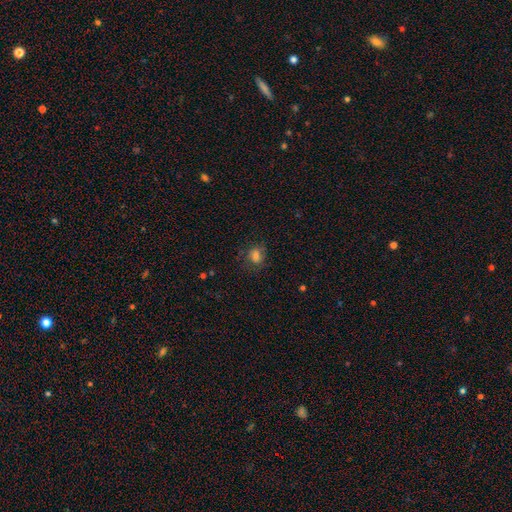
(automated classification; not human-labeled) Overall: smooth (69%). How rounded: round (55%; in between 44%). Merging: none (68%).